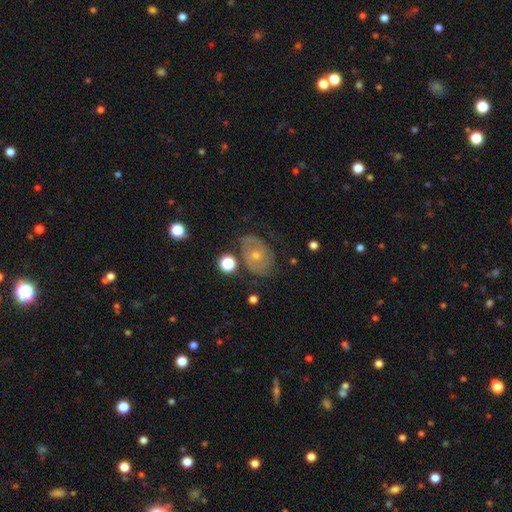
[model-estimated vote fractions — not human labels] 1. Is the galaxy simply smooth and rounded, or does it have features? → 68% featured or disk, 21% smooth, 11% star or artifact.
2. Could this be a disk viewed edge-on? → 96% no, 4% yes.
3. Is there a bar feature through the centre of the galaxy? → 76% no, 20% weak, 5% strong.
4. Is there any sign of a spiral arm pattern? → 74% yes, 26% no.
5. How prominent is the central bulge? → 50% small, 46% moderate, 2% none, 2% large, 1% dominant.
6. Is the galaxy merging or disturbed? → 75% none, 16% minor disturbance, 6% major disturbance, 3% merger.